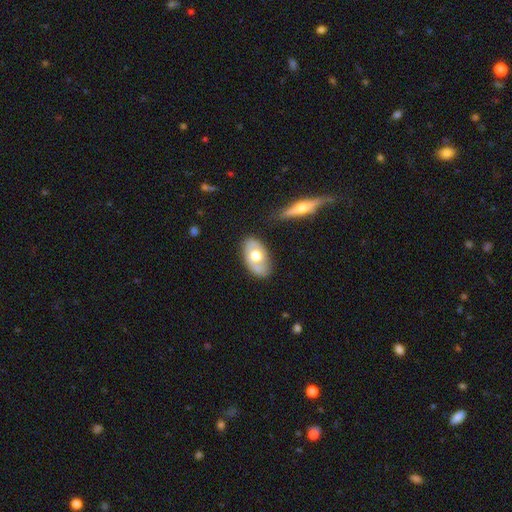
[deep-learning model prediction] Morphology: type=featured or disk (49%); merging=none (69%).